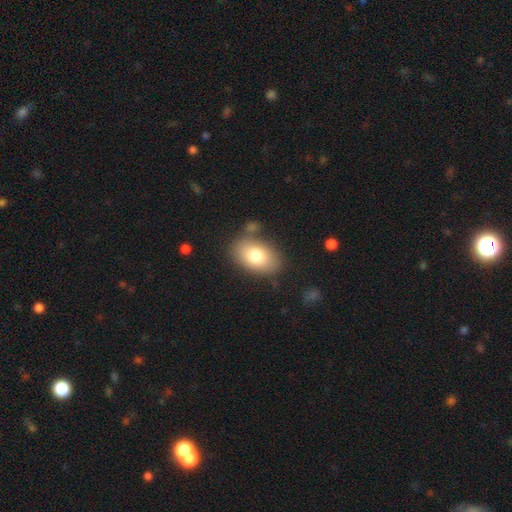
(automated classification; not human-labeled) This appears to be a smooth galaxy with no disk features (78%) that is in between round and cigar-shaped (89%). Merging: none (76%).